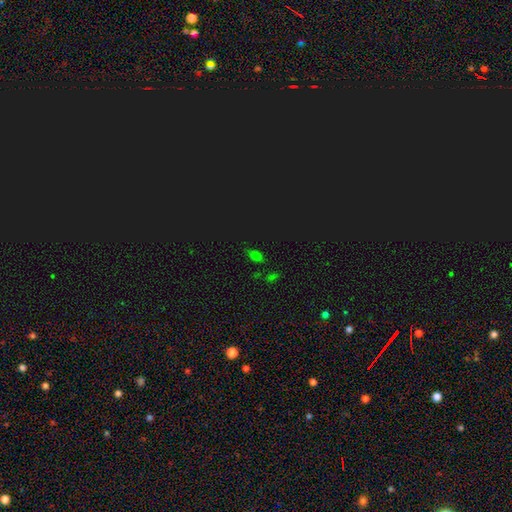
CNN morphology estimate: This is possibly a smooth galaxy (54%). How rounded: likely in between (75%). Merging: likely none (77%).